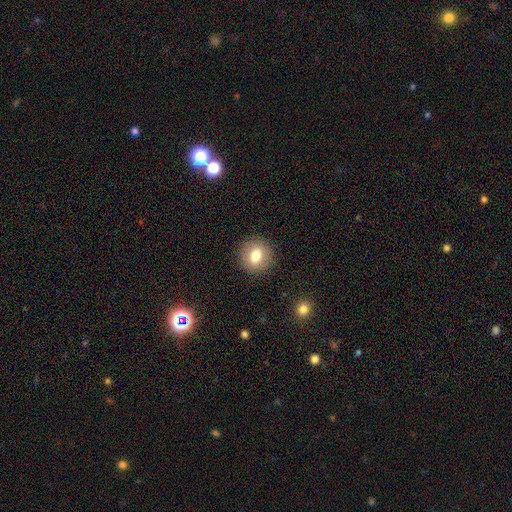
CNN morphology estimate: This appears to be a smooth galaxy with no disk features (75%) that is round (82%). Merging: none (89%).